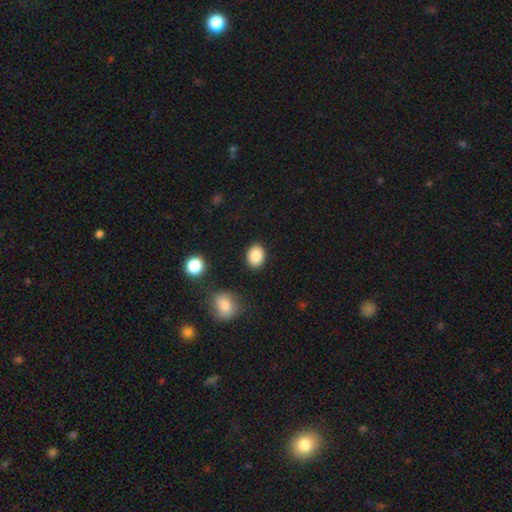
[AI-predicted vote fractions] This is clearly a smooth galaxy (87%). How rounded: likely in between (60%). Merging: clearly none (87%).